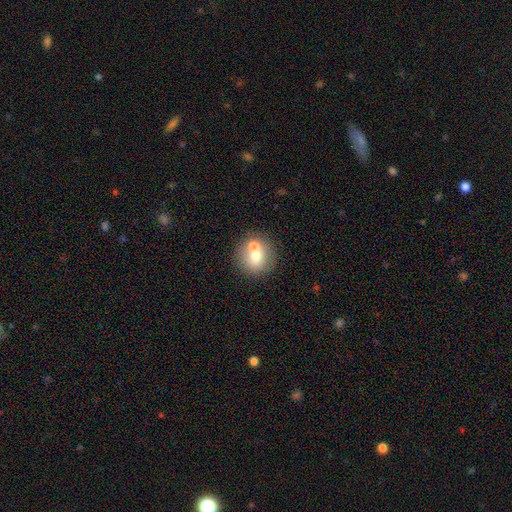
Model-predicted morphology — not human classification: smooth_or_featured: smooth (p=0.66) [alt: featured or disk p=0.23]
how_rounded: round (p=0.89) [alt: in between p=0.10]
merging: none (p=0.54) [alt: merger p=0.36]